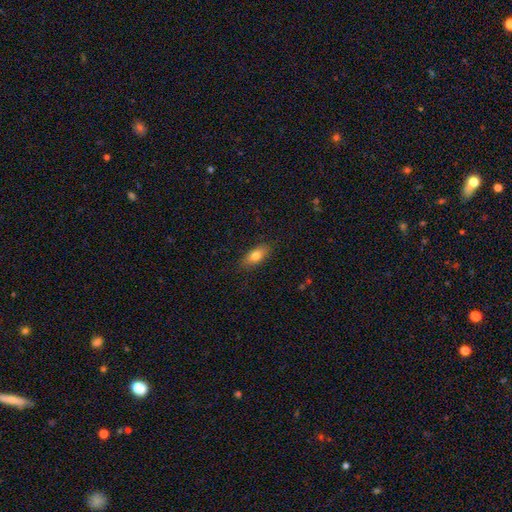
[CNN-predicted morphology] Overall: smooth (74%). How rounded: in between (77%). Merging: none (85%).